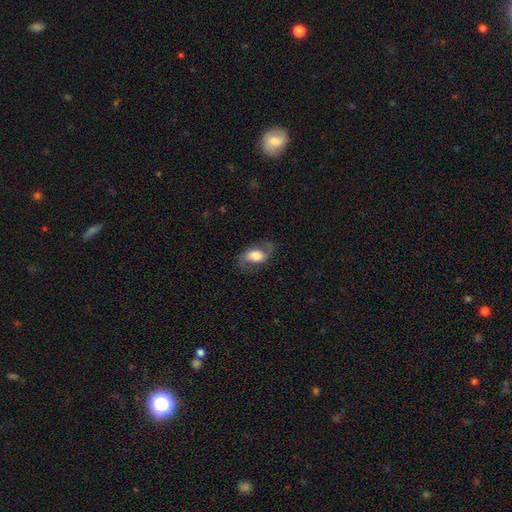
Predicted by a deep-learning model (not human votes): Smooth or featured? featured or disk (60%)
Edge-on disk? no (93%)
Bar? no (49%)
Spiral arms? yes (85%)
Bulge size? moderate (42%)
Merging? none (73%)